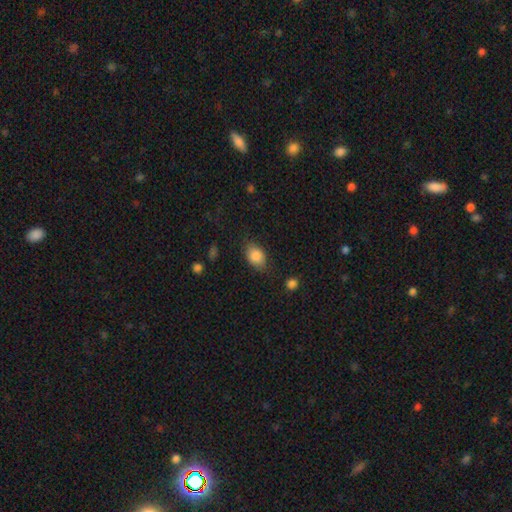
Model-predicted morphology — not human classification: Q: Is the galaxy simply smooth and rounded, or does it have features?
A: smooth — 86%.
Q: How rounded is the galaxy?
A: in between — 78%.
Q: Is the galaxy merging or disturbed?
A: none — 75%.